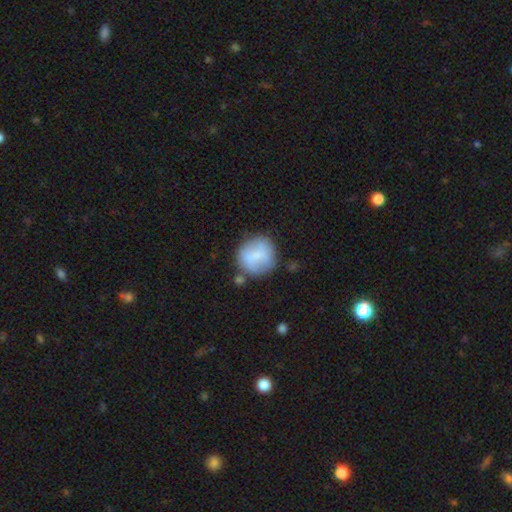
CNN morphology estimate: Q: Smooth or featured?
A: smooth (70%); runner-up: featured or disk (23%)
Q: How rounded?
A: round (87%); runner-up: in between (12%)
Q: Merging?
A: none (63%); runner-up: minor disturbance (20%)